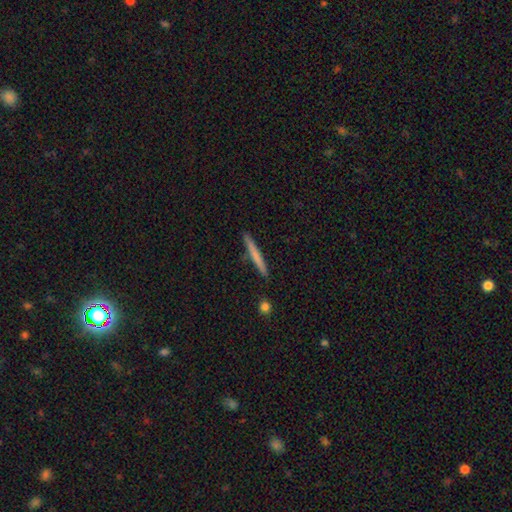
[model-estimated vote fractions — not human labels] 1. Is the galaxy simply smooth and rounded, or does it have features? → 65% smooth, 30% featured or disk, 5% star or artifact.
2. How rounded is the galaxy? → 97% cigar-shaped, 2% in between, 1% round.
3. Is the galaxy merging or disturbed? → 90% none, 7% minor disturbance, 2% merger, 1% major disturbance.